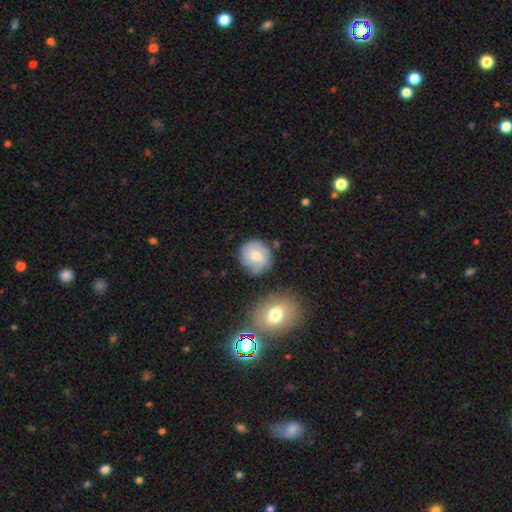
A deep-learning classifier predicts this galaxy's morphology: A smooth galaxy with no disk features (58%) that is round (86%). Merging: none (73%).